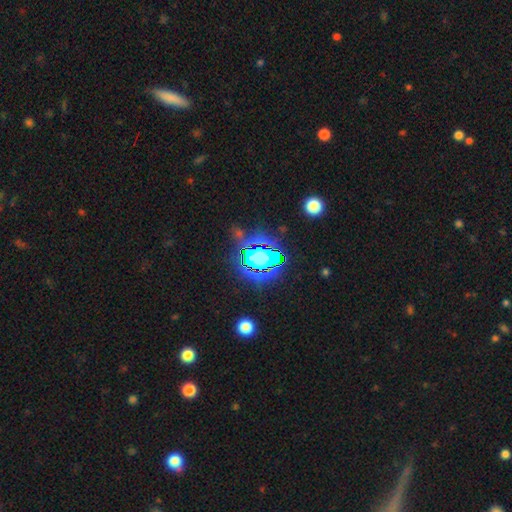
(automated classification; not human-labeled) Morphology: type=star or artifact (74%).